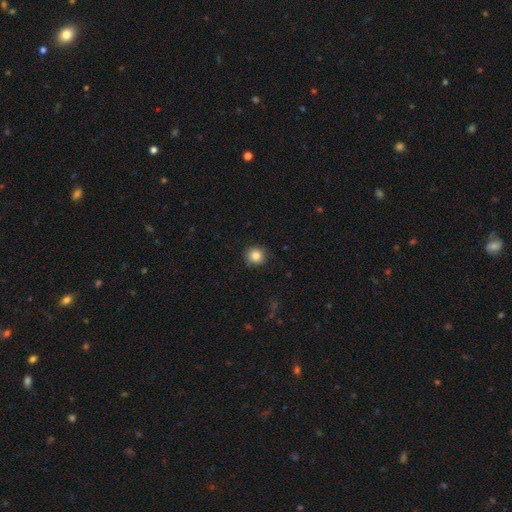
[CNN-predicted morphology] Q: Smooth or featured?
A: smooth (84%); runner-up: star or artifact (10%)
Q: How rounded?
A: round (92%); runner-up: in between (7%)
Q: Merging?
A: none (88%); runner-up: minor disturbance (8%)